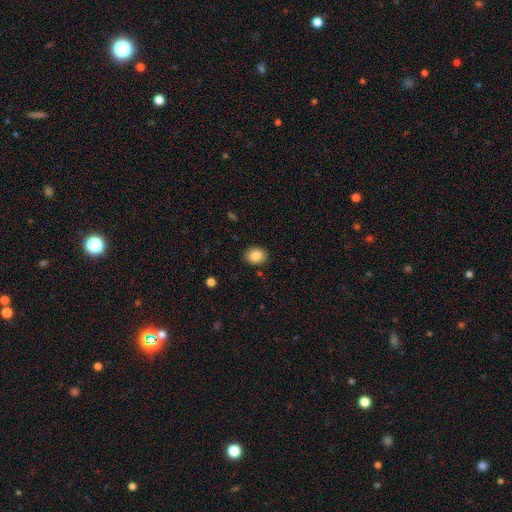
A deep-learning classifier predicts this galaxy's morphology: Q: Smooth or featured?
A: smooth (86%); runner-up: star or artifact (8%)
Q: How rounded?
A: in between (53%); runner-up: round (47%)
Q: Merging?
A: none (89%); runner-up: minor disturbance (8%)